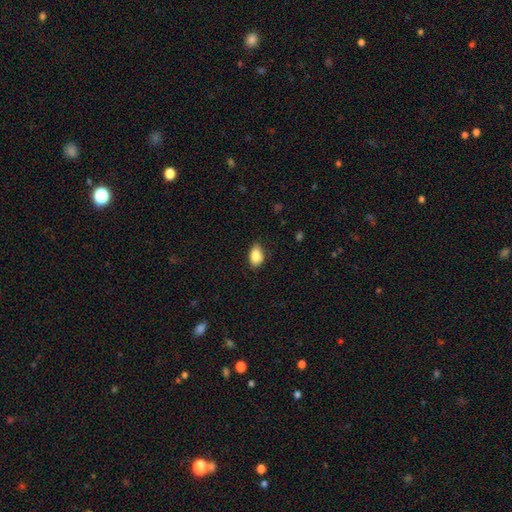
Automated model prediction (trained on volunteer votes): Smooth or featured: smooth — 86% (star or artifact — 8%)
How rounded: in between — 90% (round — 8%)
Merging: none — 75% (minor disturbance — 21%)